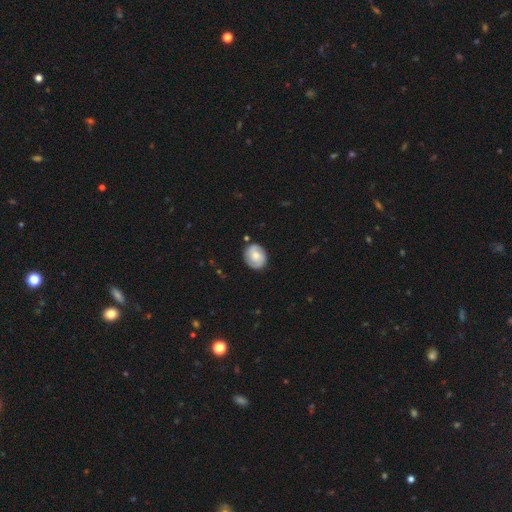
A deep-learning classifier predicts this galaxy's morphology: type=featured or disk (50%); edge-on=no (97%); merging=none (84%).